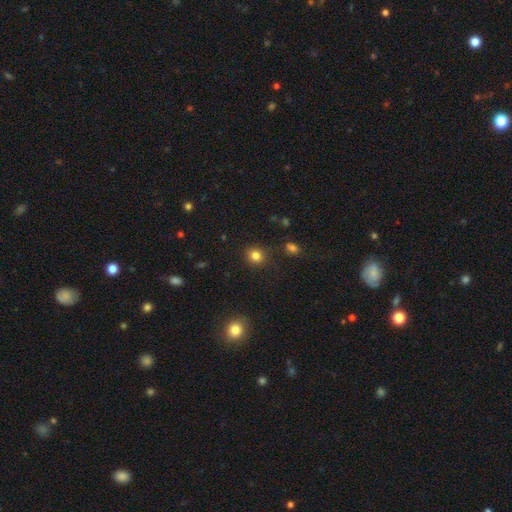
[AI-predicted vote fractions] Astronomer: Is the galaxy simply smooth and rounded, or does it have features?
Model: smooth — 82%.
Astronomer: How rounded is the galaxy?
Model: round — 86%.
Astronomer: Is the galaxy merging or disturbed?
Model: none — 88%.